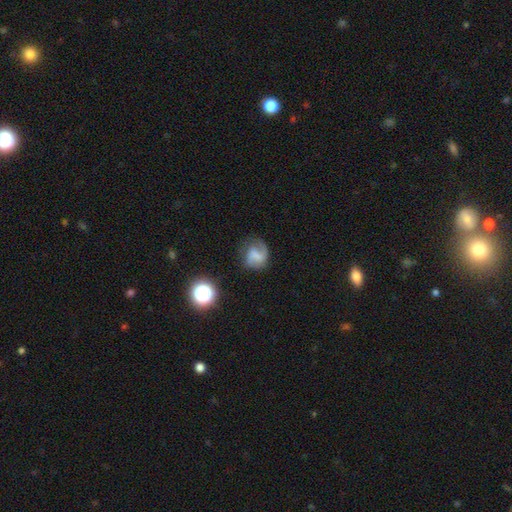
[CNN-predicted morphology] smooth_or_featured: featured or disk (p=0.47) [alt: smooth p=0.41]
merging: none (p=0.54) [alt: minor disturbance p=0.25]